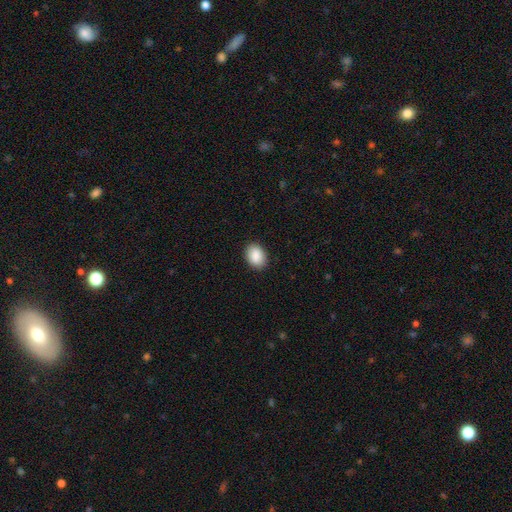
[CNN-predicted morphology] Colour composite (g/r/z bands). It shows a smooth galaxy with no disk features (90%) that is in between round and cigar-shaped (76%). Merging: none (90%).